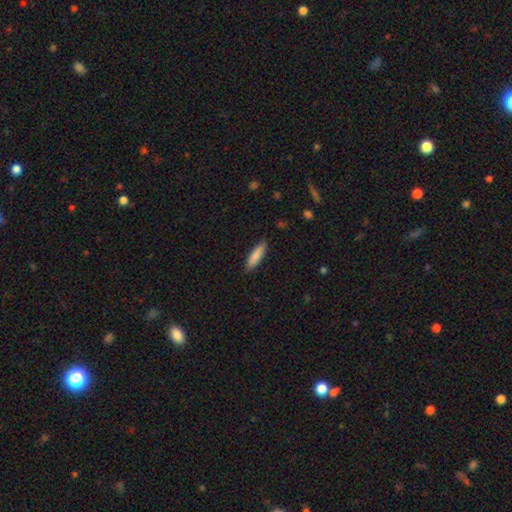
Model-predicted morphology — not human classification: Smooth or featured?
  - smooth: 87% *
  - featured or disk: 8%
  - star or artifact: 6%
How rounded?
  - cigar-shaped: 65% *
  - in between: 34%
  - round: 1%
Merging?
  - none: 88% *
  - minor disturbance: 9%
  - major disturbance: 2%
  - merger: 1%